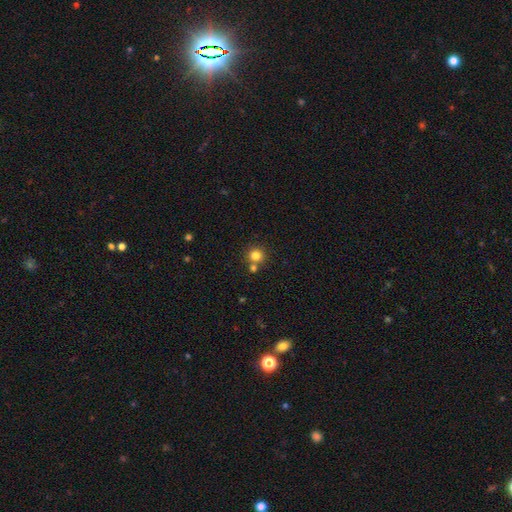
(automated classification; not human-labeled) The model was most divided on "merging": none: 71%, merger: 20%, minor disturbance: 7%, major disturbance: 2%. More confident: how rounded — round (92%); smooth or featured — smooth (80%).